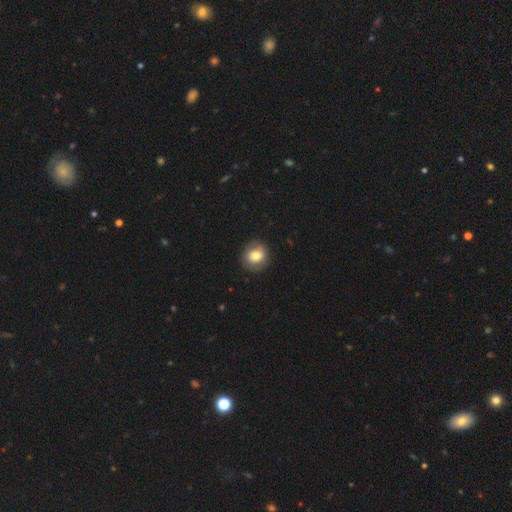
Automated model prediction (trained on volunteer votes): smooth-or-featured: smooth: 72% | featured or disk: 20% | star or artifact: 9%
  how-rounded: round: 85% | in between: 14% | cigar-shaped: 1%
  merging: none: 85% | minor disturbance: 11% | major disturbance: 3% | merger: 1%